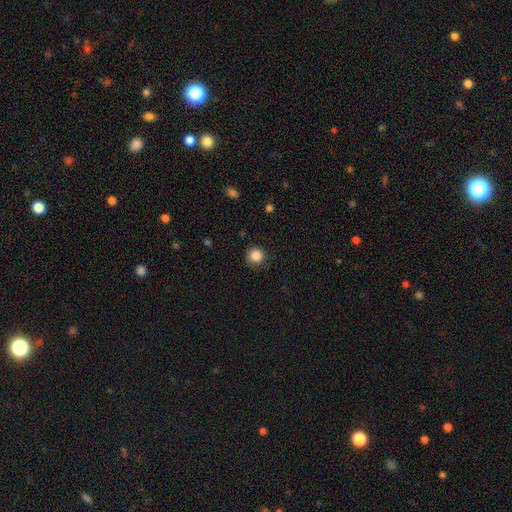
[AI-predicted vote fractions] A smooth galaxy with no disk features (86%) that is round (94%). Merging: none (85%).